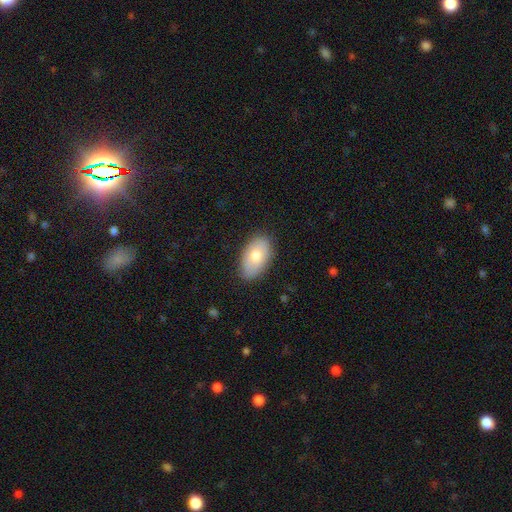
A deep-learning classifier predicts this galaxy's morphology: The model was most divided on "smooth or featured": smooth: 75%, featured or disk: 19%, star or artifact: 6%. More confident: how rounded — in between (94%); merging — none (84%).